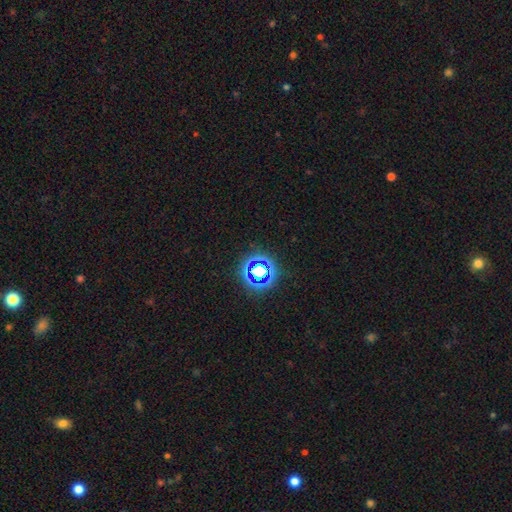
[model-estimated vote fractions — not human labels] The model was most divided on "smooth or featured": star or artifact: 69%, smooth: 26%, featured or disk: 6%.